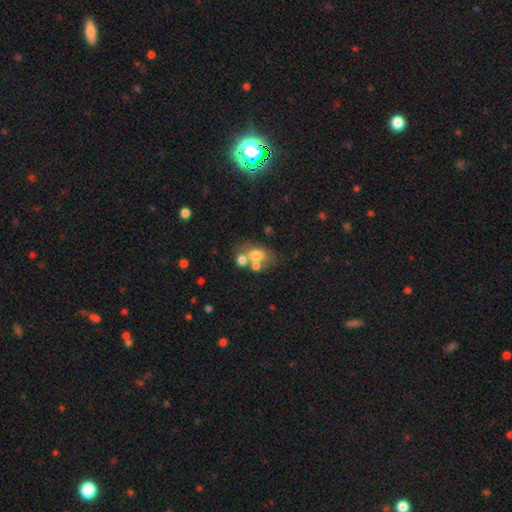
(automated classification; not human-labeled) Smooth or featured?
  - smooth: 64% *
  - featured or disk: 25%
  - star or artifact: 12%
How rounded?
  - in between: 67% *
  - round: 32%
  - cigar-shaped: 1%
Merging?
  - merger: 43% *
  - none: 36%
  - minor disturbance: 12%
  - major disturbance: 8%